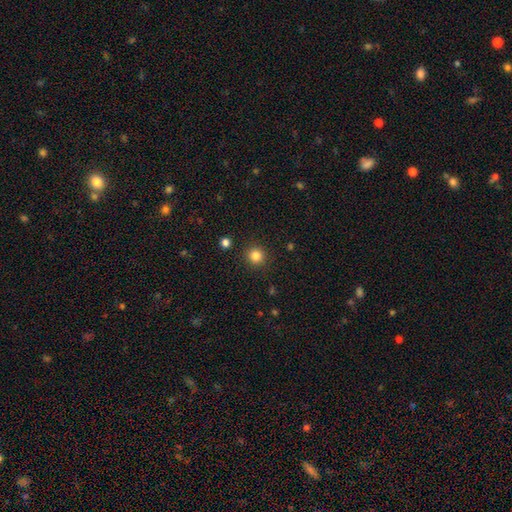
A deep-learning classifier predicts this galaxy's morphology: This appears to be a smooth galaxy with no disk features (83%) that is round (94%). Merging: none (91%).